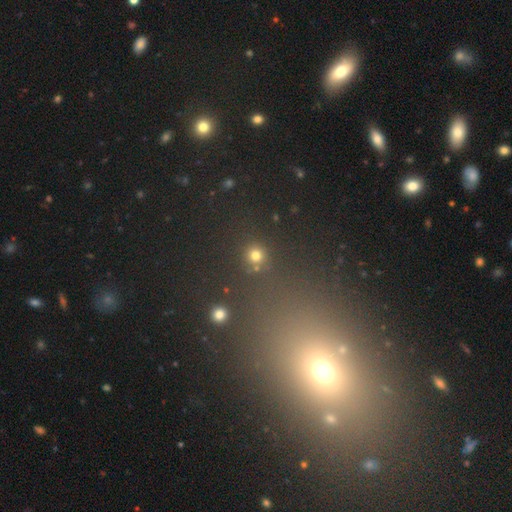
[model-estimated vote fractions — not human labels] A smooth galaxy with no disk features (75%) that is round (92%). Merging: none (83%).